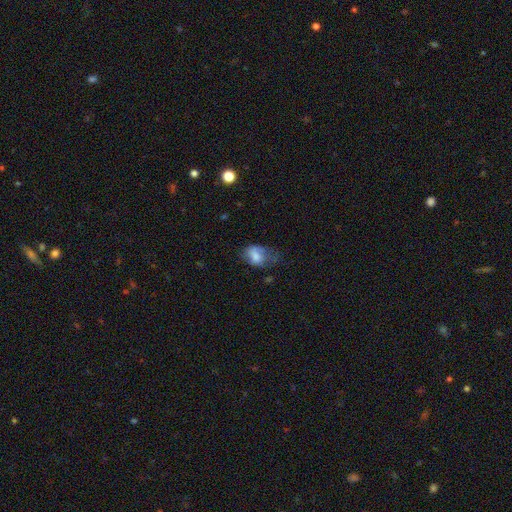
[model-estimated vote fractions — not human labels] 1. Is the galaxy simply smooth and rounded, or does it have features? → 70% smooth, 21% featured or disk, 9% star or artifact.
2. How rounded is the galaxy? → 80% in between, 19% round, 1% cigar-shaped.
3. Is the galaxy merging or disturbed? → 34% major disturbance (tied), 34% minor disturbance (tied), 29% none, 3% merger.